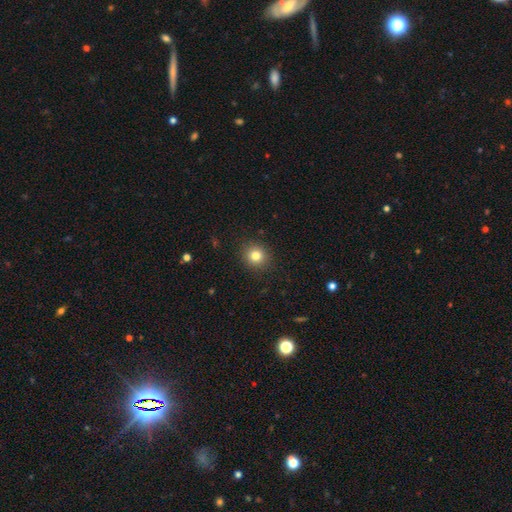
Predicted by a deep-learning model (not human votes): The model was most divided on "smooth or featured": smooth: 81%, star or artifact: 12%, featured or disk: 7%. More confident: merging — none (90%); how rounded — round (88%).